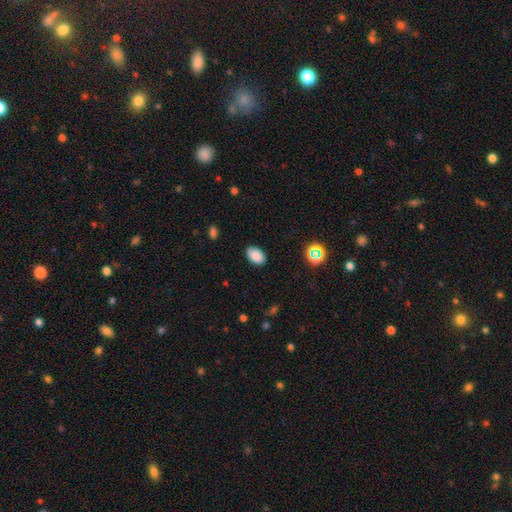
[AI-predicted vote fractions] Smooth or featured: smooth — 87% (star or artifact — 9%)
How rounded: in between — 89% (round — 10%)
Merging: none — 85% (minor disturbance — 11%)